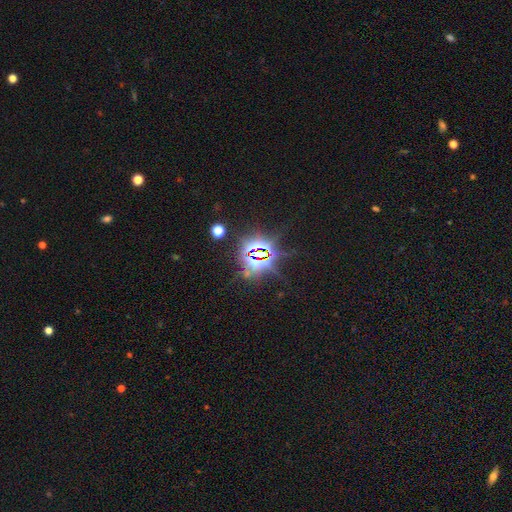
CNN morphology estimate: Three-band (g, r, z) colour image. It shows a star or artifact, not a galaxy (83%).